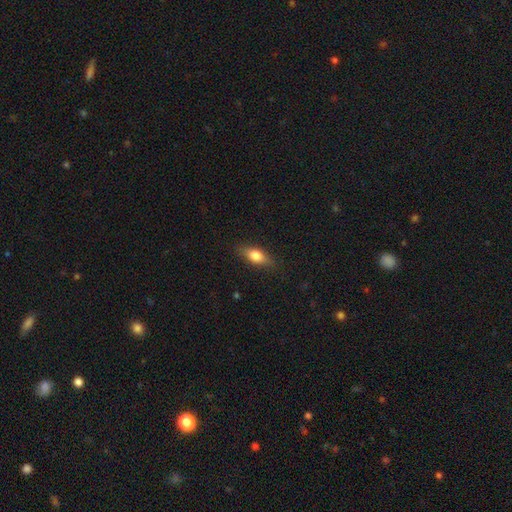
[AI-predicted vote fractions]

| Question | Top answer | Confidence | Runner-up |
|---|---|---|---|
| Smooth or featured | smooth | 72% | featured or disk (20%) |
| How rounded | in between | 73% | cigar-shaped (20%) |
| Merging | none | 84% | minor disturbance (12%) |